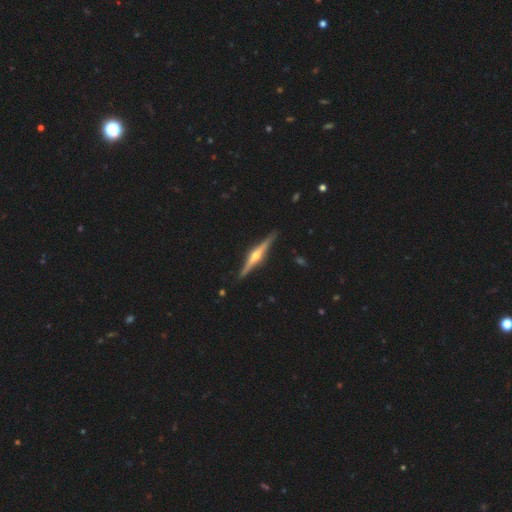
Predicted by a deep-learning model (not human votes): A featured or disk galaxy (83%) viewed edge-on (98%) with a rounded central bulge (94%). Merging: none (91%).